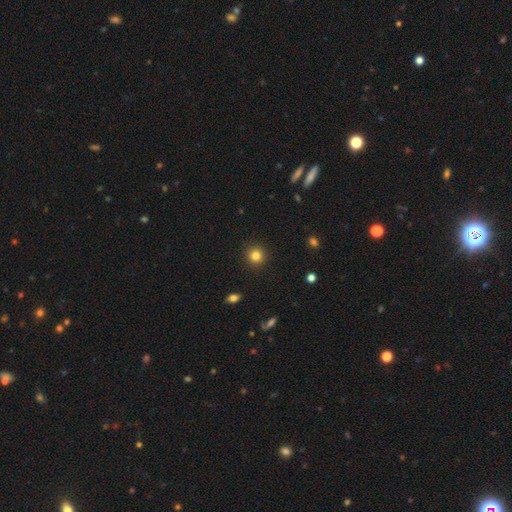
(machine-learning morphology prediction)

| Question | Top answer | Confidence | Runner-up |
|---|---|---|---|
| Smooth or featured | smooth | 83% | star or artifact (12%) |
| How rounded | round | 94% | in between (5%) |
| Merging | none | 92% | minor disturbance (5%) |